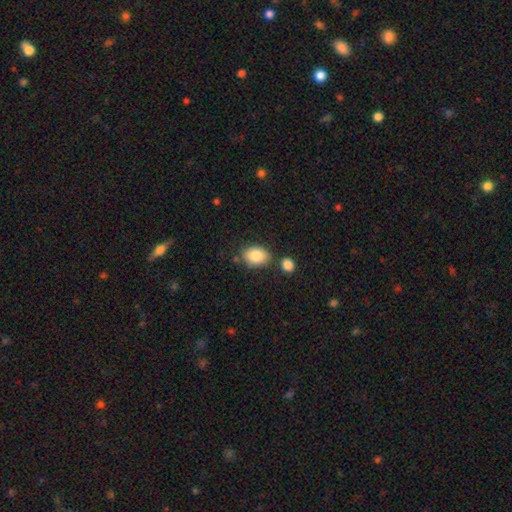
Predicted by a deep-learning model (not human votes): Smooth or featured? Predicted: smooth (p=0.84). How rounded? Predicted: in between (p=0.79). Merging? Predicted: none (p=0.74).